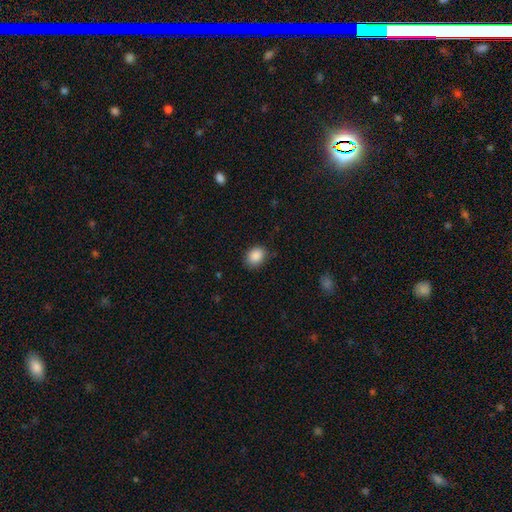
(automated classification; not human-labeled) Smooth or featured? Predicted: smooth (p=0.89). How rounded? Predicted: in between (p=0.55). Merging? Predicted: none (p=0.80).